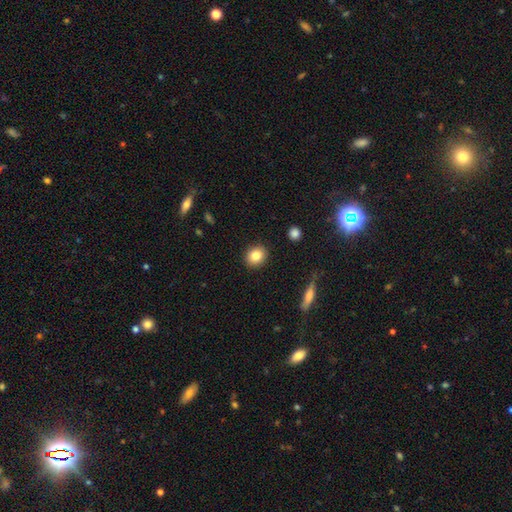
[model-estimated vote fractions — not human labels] The model was most divided on "how rounded": round: 70%, in between: 29%, cigar-shaped: 1%. More confident: merging — none (90%); smooth or featured — smooth (83%).